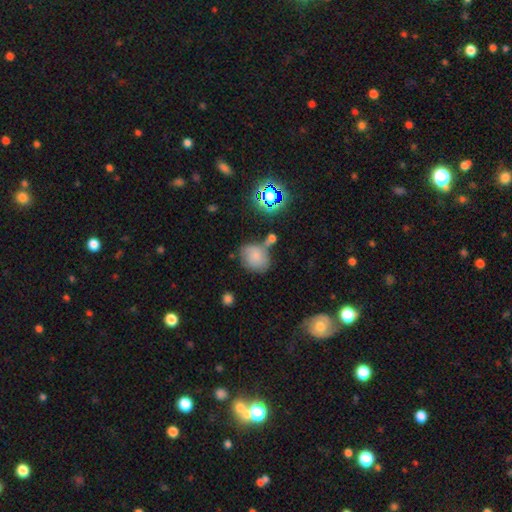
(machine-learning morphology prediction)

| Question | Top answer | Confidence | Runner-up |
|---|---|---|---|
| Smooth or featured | smooth | 73% | star or artifact (14%) |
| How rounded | round | 58% | in between (40%) |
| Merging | none | 48% | merger (22%) |